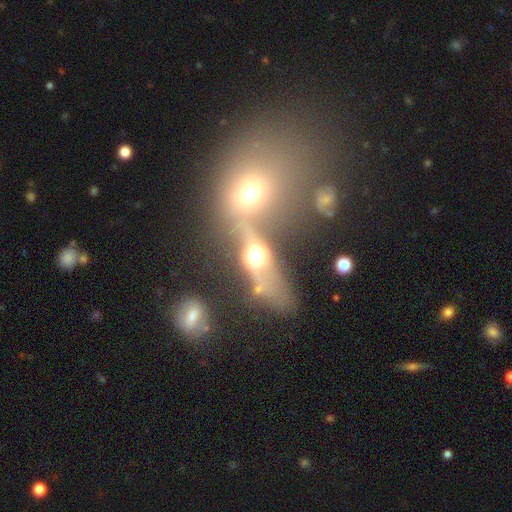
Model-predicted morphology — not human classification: Smooth or featured? featured or disk (48%)
Merging? merger (43%)